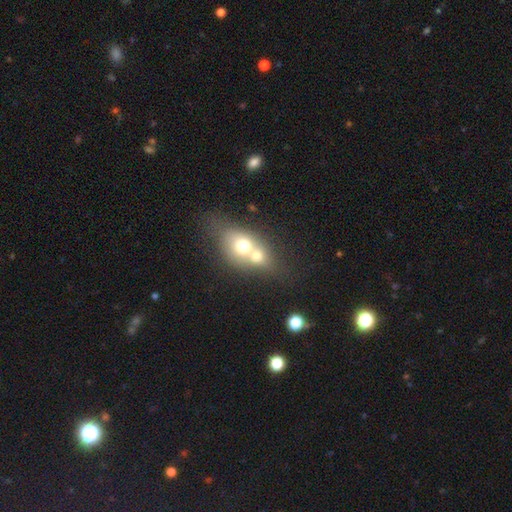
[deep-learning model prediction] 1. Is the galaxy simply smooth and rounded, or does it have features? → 63% smooth, 27% featured or disk, 10% star or artifact.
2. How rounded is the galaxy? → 52% in between, 44% round, 3% cigar-shaped.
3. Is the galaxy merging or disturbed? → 72% merger, 18% none, 6% minor disturbance, 4% major disturbance.